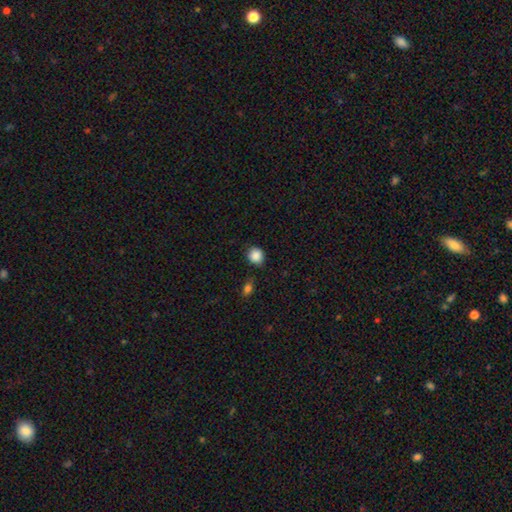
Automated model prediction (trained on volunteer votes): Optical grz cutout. It shows a smooth galaxy with no disk features (87%) that is round (82%). Merging: none (79%).